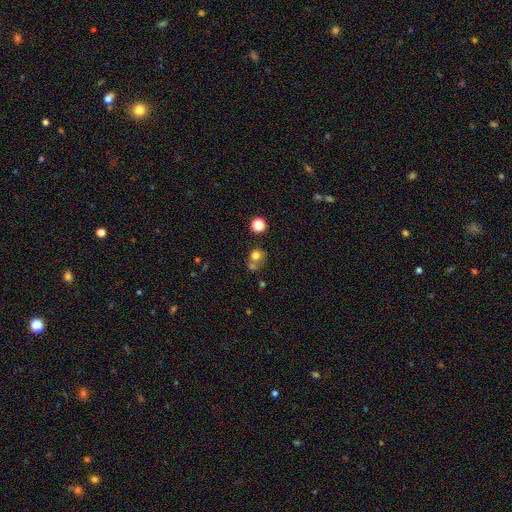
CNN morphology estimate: smooth-or-featured: smooth: 73% | star or artifact: 15% | featured or disk: 12%
  how-rounded: round: 82% | in between: 17% | cigar-shaped: 1%
  merging: none: 48% | merger: 36% | minor disturbance: 10% | major disturbance: 5%